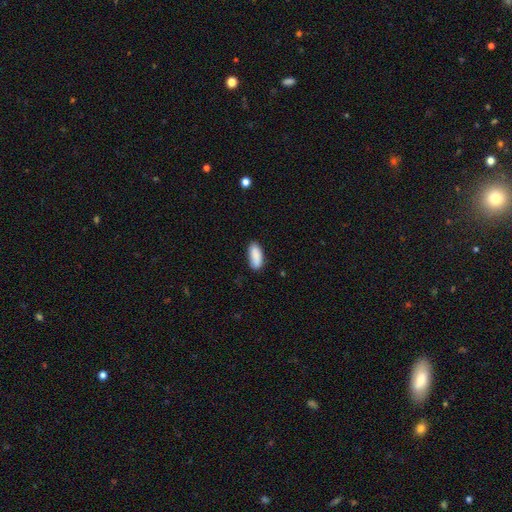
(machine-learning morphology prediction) smooth_or_featured: smooth (p=0.88) [alt: star or artifact p=0.07]
how_rounded: in between (p=0.82) [alt: cigar-shaped p=0.16]
merging: none (p=0.78) [alt: minor disturbance p=0.17]